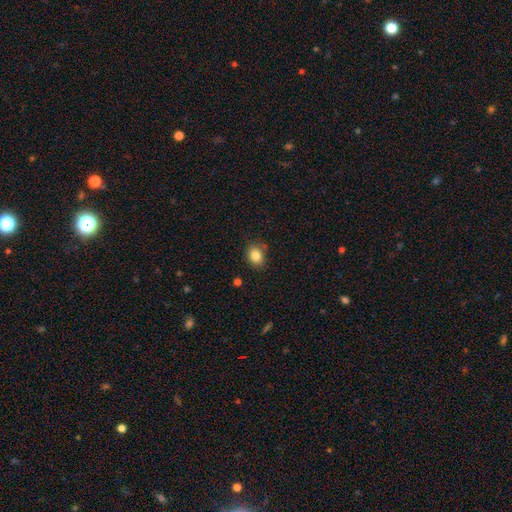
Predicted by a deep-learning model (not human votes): Overall: smooth (84%). How rounded: round (51%; in between 48%). Merging: none (81%).